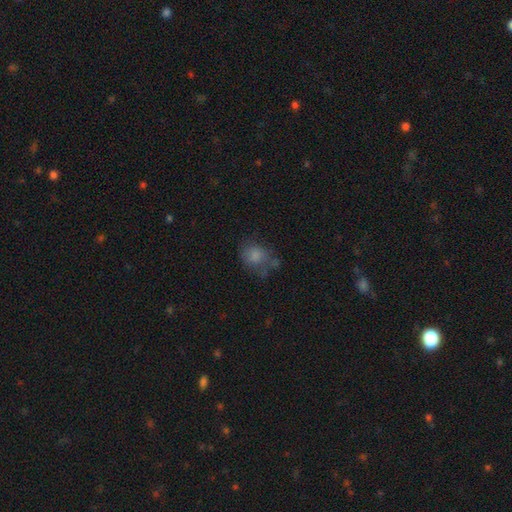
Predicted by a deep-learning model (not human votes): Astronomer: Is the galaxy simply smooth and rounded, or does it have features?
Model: smooth — 74%.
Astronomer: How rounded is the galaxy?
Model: round — 51% (runner-up: in between, 48%).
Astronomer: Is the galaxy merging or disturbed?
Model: none — 45% (runner-up: minor disturbance, 26%).